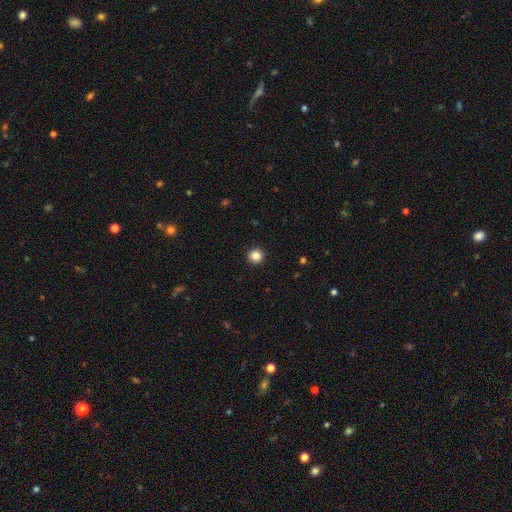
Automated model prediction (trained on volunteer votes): smooth 85%, star or artifact 11%, featured or disk 4%. Down the decision tree: how rounded — round (96%); merging — none (94%).